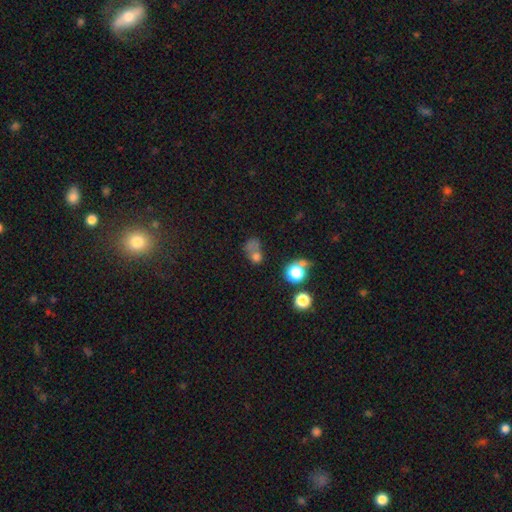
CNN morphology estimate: Smooth or featured: smooth — 60% (star or artifact — 22%)
How rounded: round — 61% (in between — 38%)
Merging: merger — 41% (none — 31%)